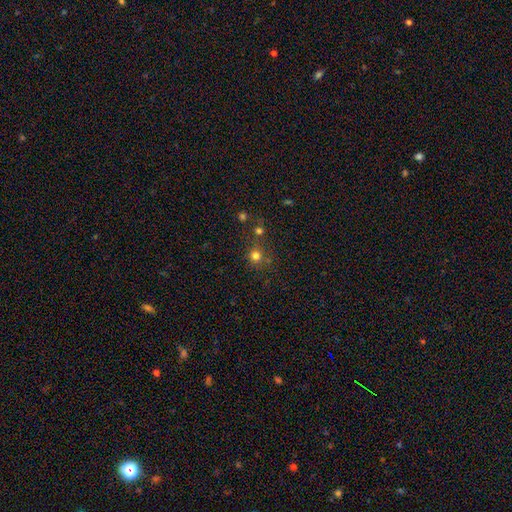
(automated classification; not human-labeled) smooth_or_featured: smooth (p=0.74) [alt: star or artifact p=0.19]
how_rounded: round (p=0.91) [alt: in between p=0.08]
merging: none (p=0.70) [alt: merger p=0.16]